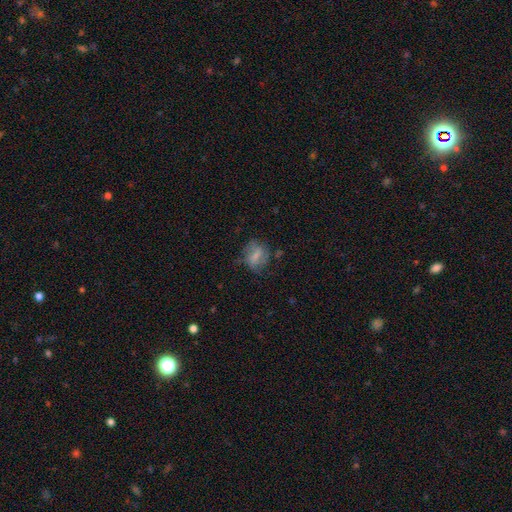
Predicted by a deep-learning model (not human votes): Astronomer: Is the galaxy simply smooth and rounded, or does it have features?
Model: smooth — 56% (runner-up: featured or disk, 35%).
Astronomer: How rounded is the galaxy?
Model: in between — 52% (runner-up: round, 46%).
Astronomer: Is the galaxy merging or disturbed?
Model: none — 55%.